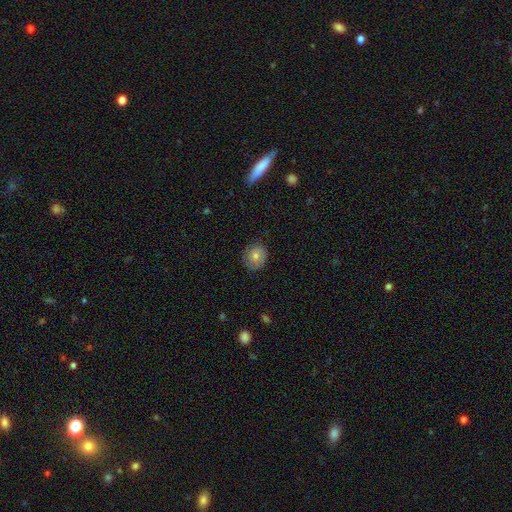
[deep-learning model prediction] Overall: smooth (70%). How rounded: round (77%). Merging: none (82%).